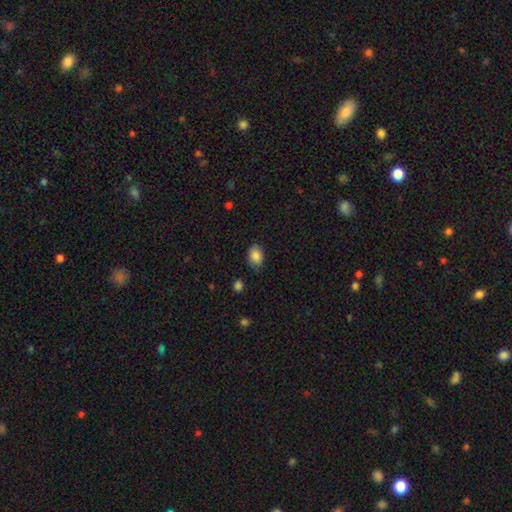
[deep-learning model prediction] Smooth or featured?
  - smooth: 87% *
  - star or artifact: 8%
  - featured or disk: 5%
How rounded?
  - in between: 79% *
  - round: 20%
  - cigar-shaped: 1%
Merging?
  - none: 80% *
  - minor disturbance: 16%
  - major disturbance: 3%
  - merger: 1%